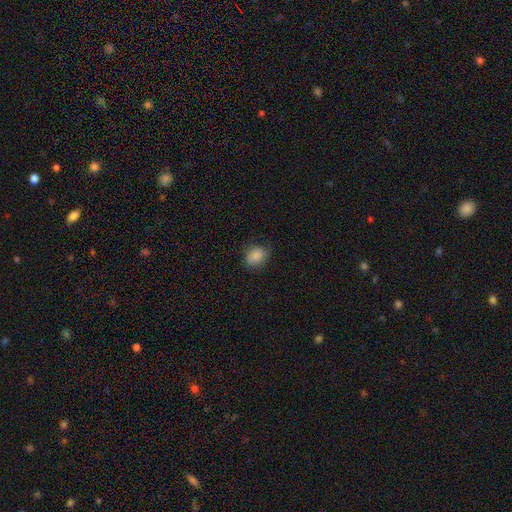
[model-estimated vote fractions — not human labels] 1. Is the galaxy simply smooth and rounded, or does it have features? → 86% smooth, 9% star or artifact, 5% featured or disk.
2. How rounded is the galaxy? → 53% round, 46% in between, 1% cigar-shaped.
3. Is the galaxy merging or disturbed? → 76% none, 18% minor disturbance, 4% major disturbance, 1% merger.